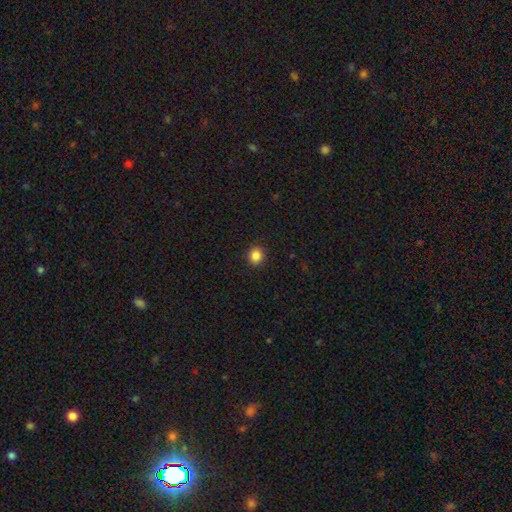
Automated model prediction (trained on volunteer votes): Smooth or featured? smooth (86%)
How rounded? round (86%)
Merging? none (92%)